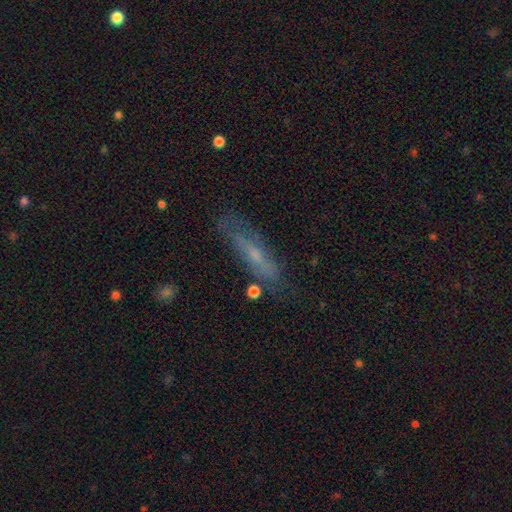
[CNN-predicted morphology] Overall: featured or disk (48%; smooth 42%). Merging: none (70%).